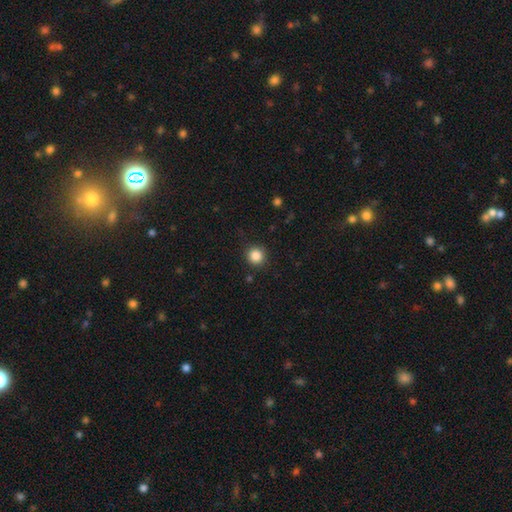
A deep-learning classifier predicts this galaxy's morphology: Smooth or featured? Predicted: smooth (p=0.86). How rounded? Predicted: round (p=0.94). Merging? Predicted: none (p=0.90).